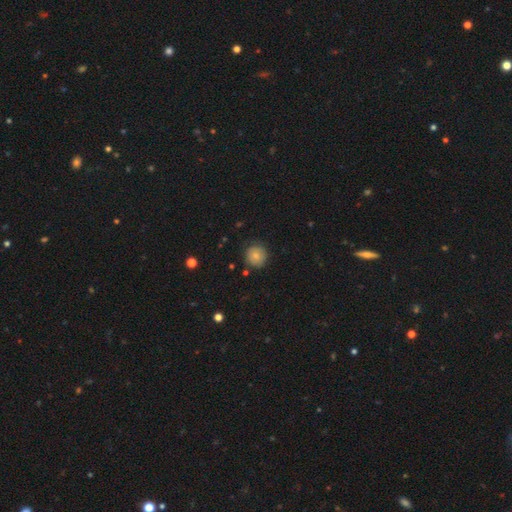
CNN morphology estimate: type=smooth (78%); roundness=round (92%); merging=none (83%).